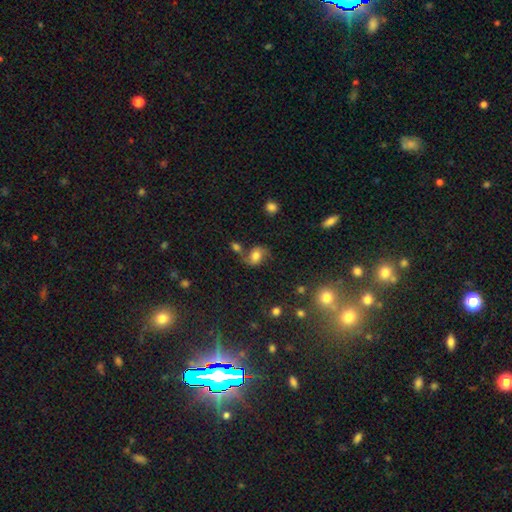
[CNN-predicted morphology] smooth_or_featured: smooth (p=0.47) [alt: featured or disk p=0.41]
merging: none (p=0.52) [alt: merger p=0.21]